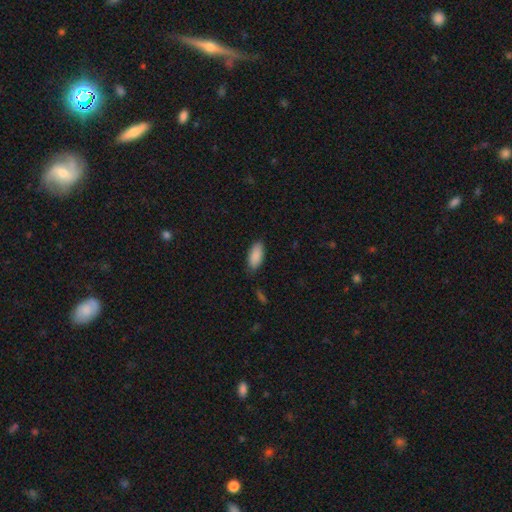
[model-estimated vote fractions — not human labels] This is clearly a smooth galaxy (90%). How rounded: clearly in between (88%). Merging: clearly none (82%).